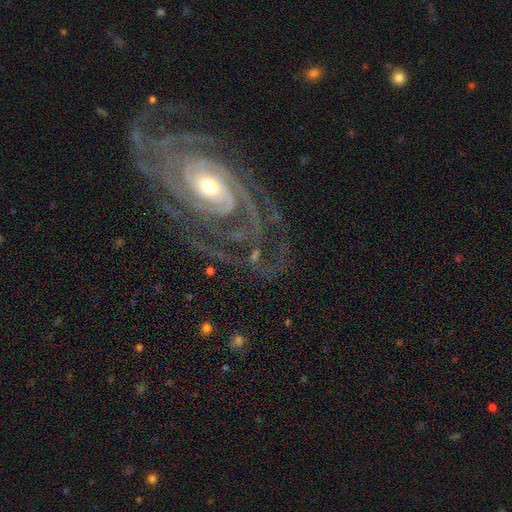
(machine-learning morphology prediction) smooth-or-featured: featured or disk: 91% | star or artifact: 6% | smooth: 3%
  disk-edge-on: no: 96% | yes: 4%
    bar: no: 57% | weak: 25% | strong: 18%
    has-spiral-arms: yes: 98% | no: 2%
      spiral-winding: tight: 75% | medium: 22% | loose: 3%
      spiral-arm-count: 3: 25% | 2: 21% | 4: 20% | can't tell: 16% | more than 4: 11% | 1: 8%
    bulge-size: moderate: 53% | small: 41% | large: 5% | dominant: 1% | none: 1%
  merging: none: 73% | minor disturbance: 16% | major disturbance: 10% | merger: 2%